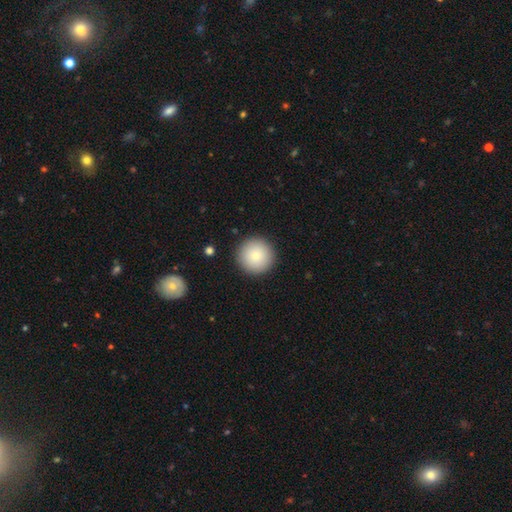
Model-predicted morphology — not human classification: Q: Smooth or featured?
A: smooth (84%); runner-up: featured or disk (8%)
Q: How rounded?
A: round (96%); runner-up: in between (3%)
Q: Merging?
A: none (92%); runner-up: minor disturbance (5%)